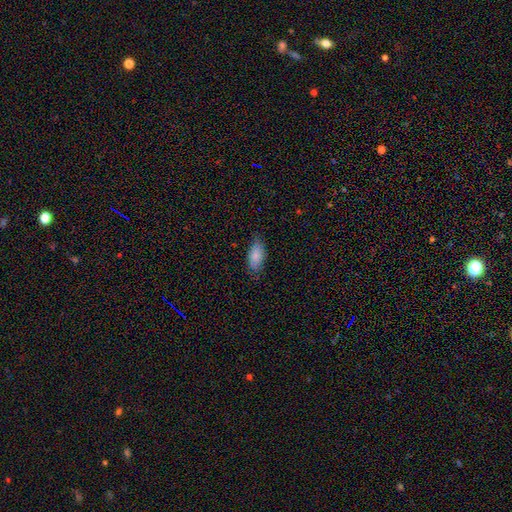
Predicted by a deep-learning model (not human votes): smooth_or_featured: smooth (p=0.83) [alt: featured or disk p=0.10]
how_rounded: in between (p=0.90) [alt: cigar-shaped p=0.07]
merging: none (p=0.75) [alt: minor disturbance p=0.20]